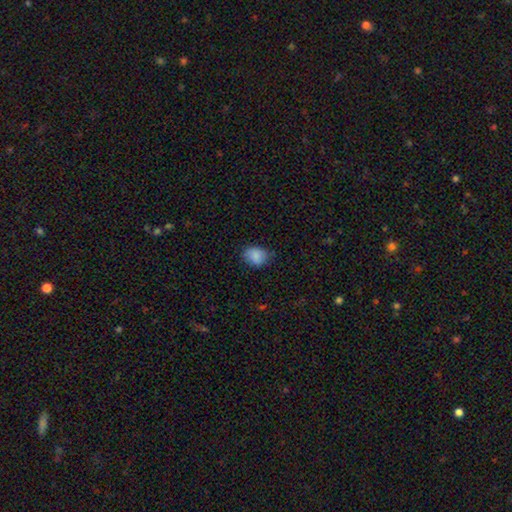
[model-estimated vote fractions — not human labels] Smooth or featured? smooth (87%)
How rounded? in between (53%)
Merging? none (71%)